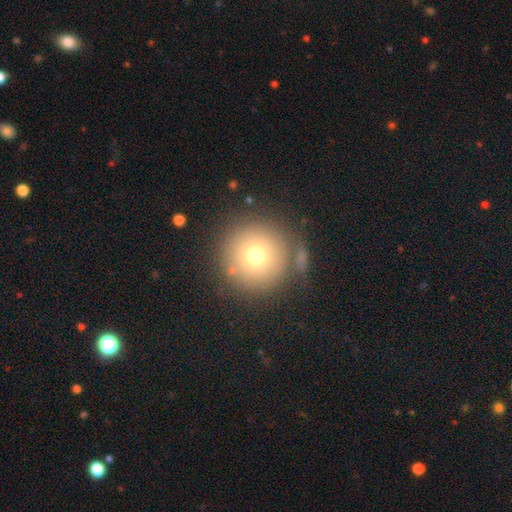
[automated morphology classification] smooth 72%, featured or disk 15%, star or artifact 13%. Down the decision tree: how rounded — round (96%); merging — none (78%).